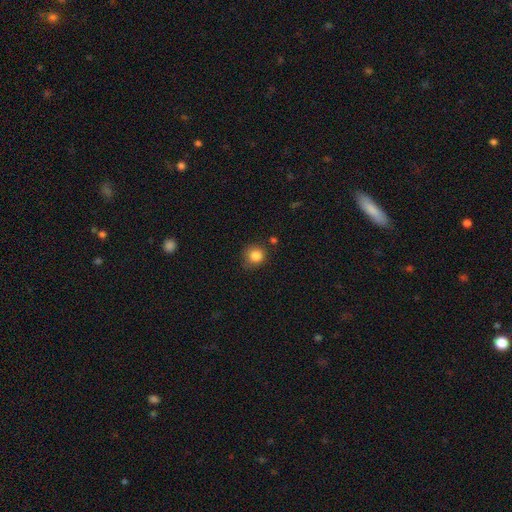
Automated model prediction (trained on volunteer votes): The model was most divided on "merging": none: 74%, minor disturbance: 18%, major disturbance: 4%, merger: 4%. More confident: how rounded — round (88%); smooth or featured — smooth (84%).